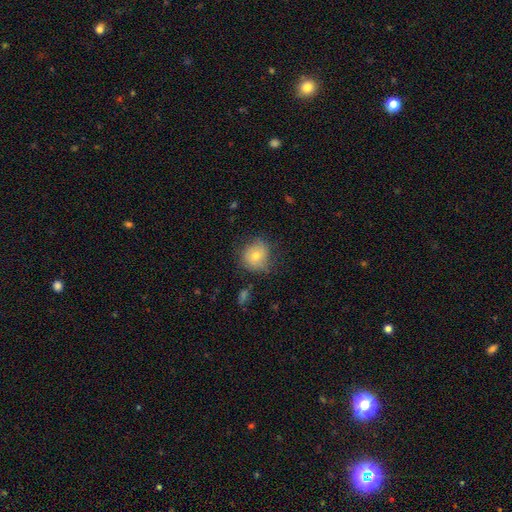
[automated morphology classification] Smooth or featured: smooth — 70% (featured or disk — 20%)
How rounded: round — 85% (in between — 14%)
Merging: none — 64% (minor disturbance — 25%)